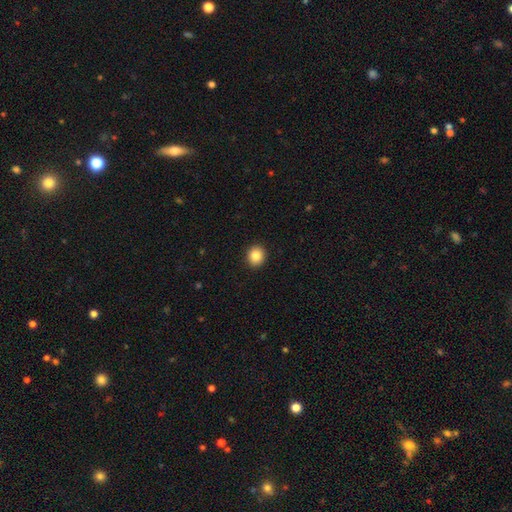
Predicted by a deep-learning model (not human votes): A smooth galaxy with no disk features (85%) that is round (83%).

Vote fractions:
- Smooth or featured? smooth: 85% / star or artifact: 9% / featured or disk: 5%
- How rounded? round: 83% / in between: 16% / cigar-shaped: 1%
- Merging? none: 93% / minor disturbance: 5% / major disturbance: 2% / merger: 1%